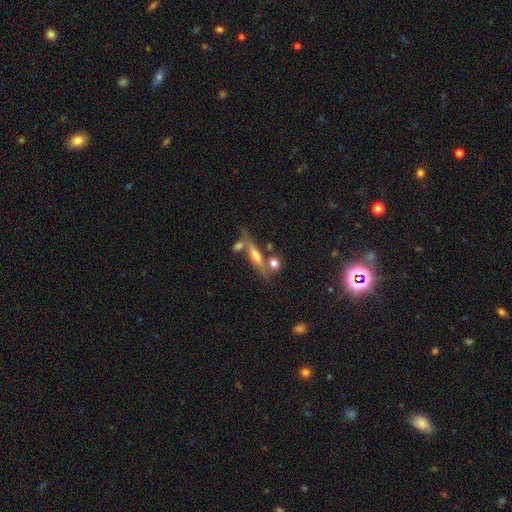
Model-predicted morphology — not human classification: This appears to be a featured or disk galaxy (63%) viewed edge-on (90%) with a rounded central bulge (85%). Merging: none (66%).